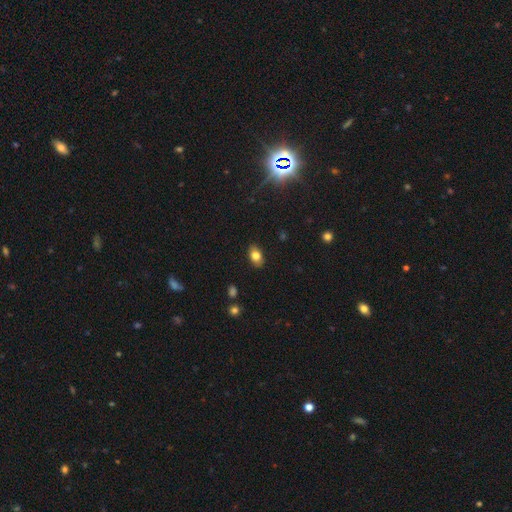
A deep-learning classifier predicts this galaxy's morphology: smooth 79%, featured or disk 12%, star or artifact 10%. Down the decision tree: how rounded — in between (84%); merging — none (86%).